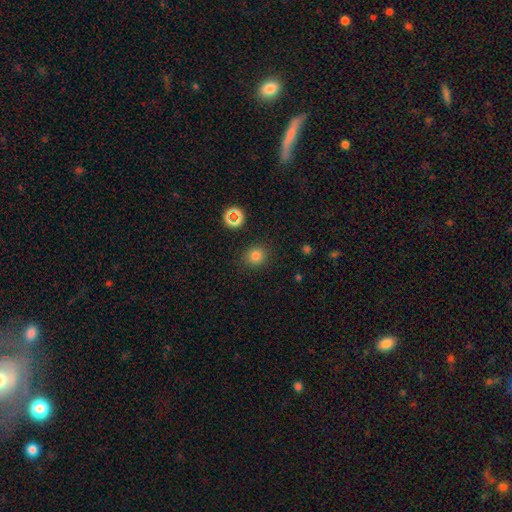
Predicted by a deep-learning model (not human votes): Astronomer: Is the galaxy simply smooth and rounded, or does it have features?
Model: smooth — 79%.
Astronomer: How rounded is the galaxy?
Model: round — 88%.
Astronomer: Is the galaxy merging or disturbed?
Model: none — 87%.